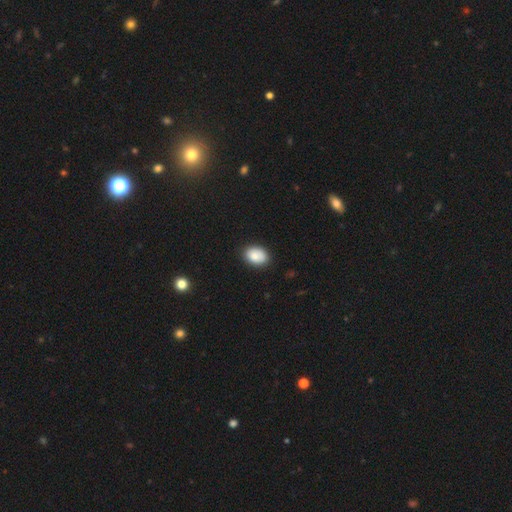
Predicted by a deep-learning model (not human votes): Overall: smooth (87%). How rounded: in between (80%). Merging: none (85%).